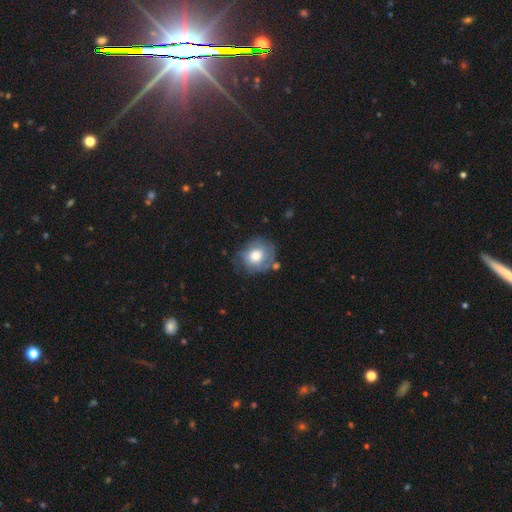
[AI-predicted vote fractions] Smooth or featured: smooth — 59% (featured or disk — 34%)
How rounded: round — 76% (in between — 23%)
Merging: none — 61% (minor disturbance — 25%)